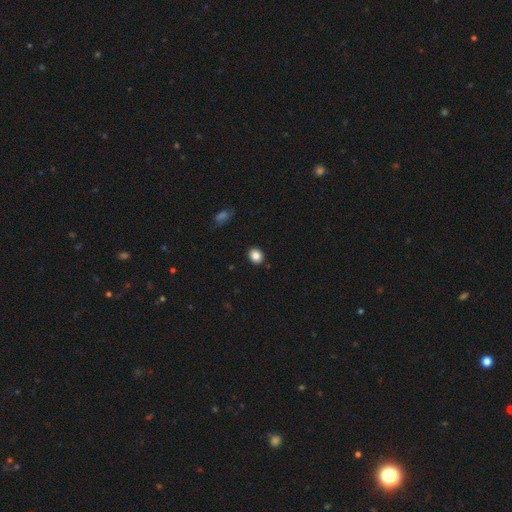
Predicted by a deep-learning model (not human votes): Overall: smooth (85%). How rounded: round (66%; in between 33%). Merging: none (90%).